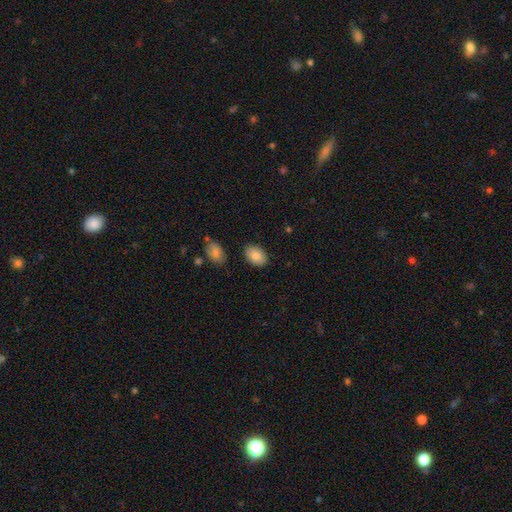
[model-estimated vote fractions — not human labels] smooth-or-featured: smooth: 86% | star or artifact: 7% | featured or disk: 7%
  how-rounded: in between: 88% | round: 11% | cigar-shaped: 1%
  merging: none: 85% | minor disturbance: 11% | major disturbance: 2% | merger: 2%